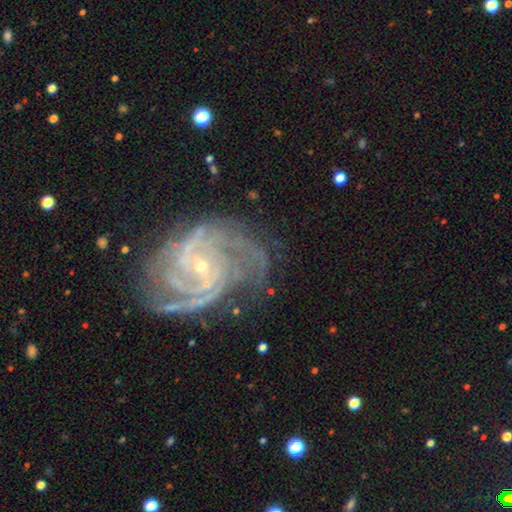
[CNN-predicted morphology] Smooth or featured? featured or disk (91%)
Edge-on disk? no (98%)
Bar? no (56%)
Spiral arms? yes (98%)
Spiral winding? tight (55%)
Spiral arm count? 2 (28%)
Bulge size? small (82%)
Merging? none (63%)